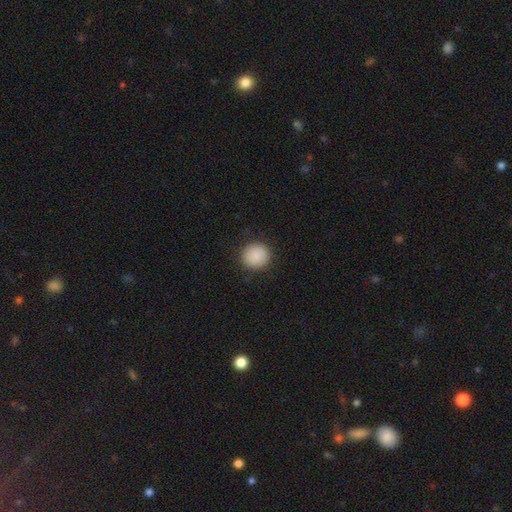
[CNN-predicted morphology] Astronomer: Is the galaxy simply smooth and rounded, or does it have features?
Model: smooth — 89%.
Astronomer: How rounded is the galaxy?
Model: round — 91%.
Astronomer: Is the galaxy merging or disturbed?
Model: none — 90%.